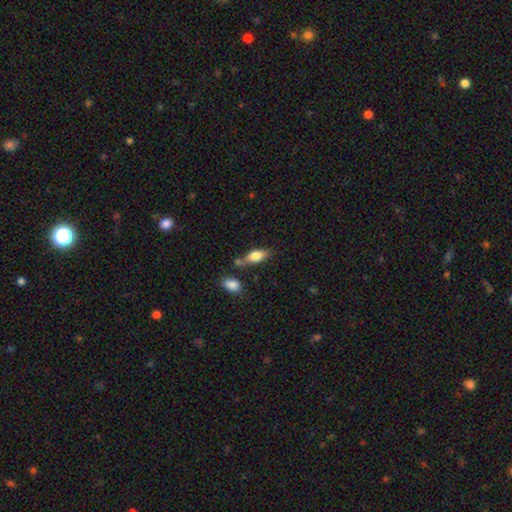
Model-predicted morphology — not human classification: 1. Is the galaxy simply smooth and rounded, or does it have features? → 76% smooth, 17% featured or disk, 7% star or artifact.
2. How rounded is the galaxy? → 79% in between, 16% cigar-shaped, 4% round.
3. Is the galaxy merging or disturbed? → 57% none, 19% merger, 18% minor disturbance, 6% major disturbance.